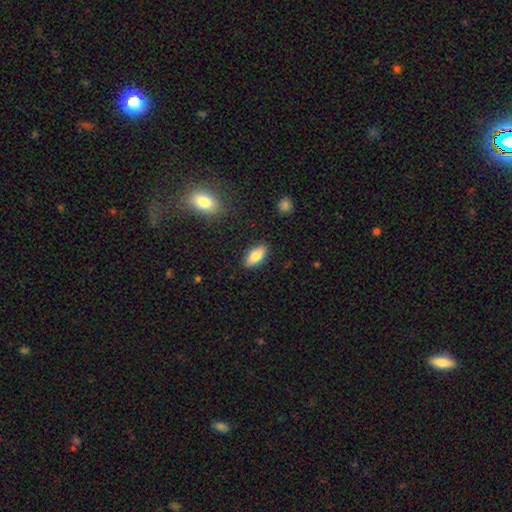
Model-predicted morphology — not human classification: This is clearly a smooth galaxy (80%). How rounded: clearly in between (87%). Merging: clearly none (88%).